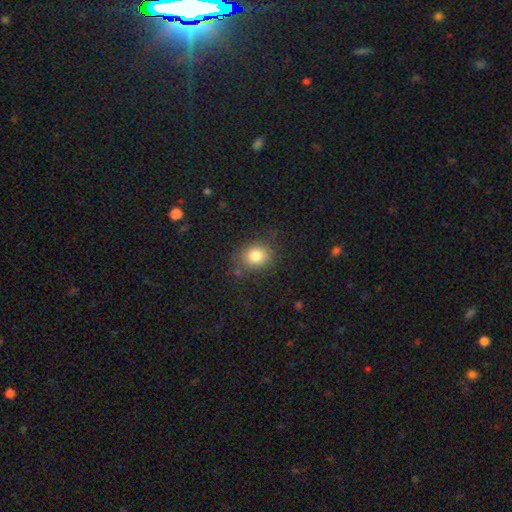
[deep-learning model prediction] Q: Smooth or featured?
A: smooth (81%); runner-up: star or artifact (11%)
Q: How rounded?
A: round (63%); runner-up: in between (36%)
Q: Merging?
A: none (79%); runner-up: minor disturbance (14%)